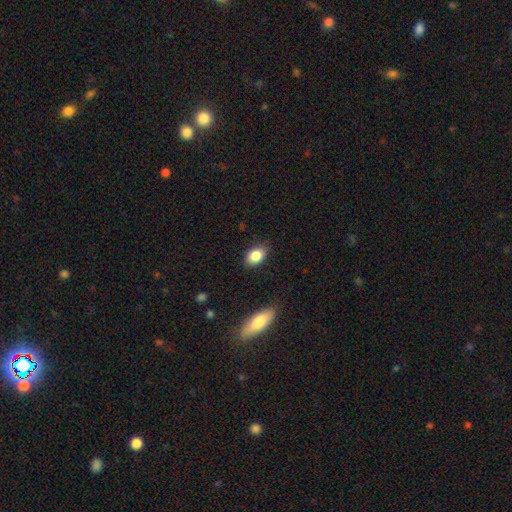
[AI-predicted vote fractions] Q: Smooth or featured?
A: smooth (85%); runner-up: star or artifact (8%)
Q: How rounded?
A: in between (84%); runner-up: round (14%)
Q: Merging?
A: none (83%); runner-up: minor disturbance (13%)